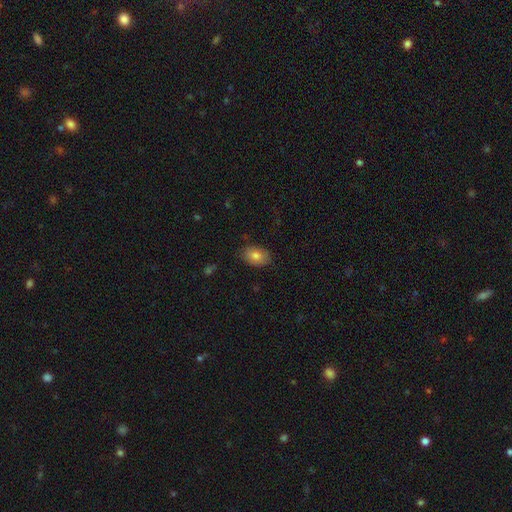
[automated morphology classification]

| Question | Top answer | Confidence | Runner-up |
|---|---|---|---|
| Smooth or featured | smooth | 80% | featured or disk (12%) |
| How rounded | in between | 87% | round (12%) |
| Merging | none | 84% | minor disturbance (13%) |